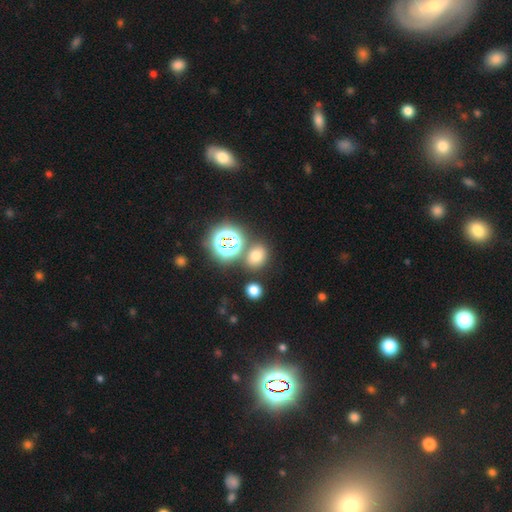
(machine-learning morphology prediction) type=smooth (64%); roundness=round (52%); merging=none (75%).